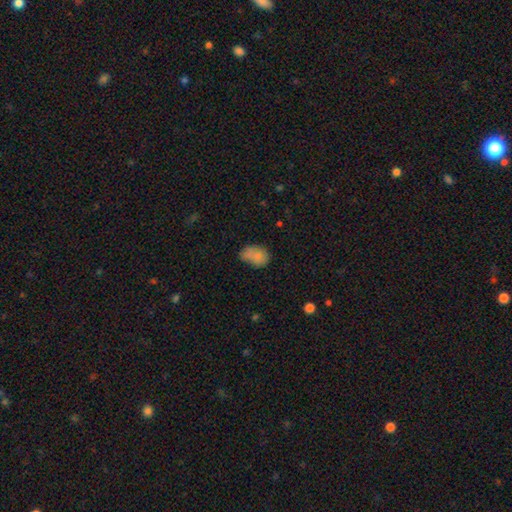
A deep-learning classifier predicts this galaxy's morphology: smooth 79%, featured or disk 11%, star or artifact 10%. Down the decision tree: how rounded — in between (76%); merging — none (41%).